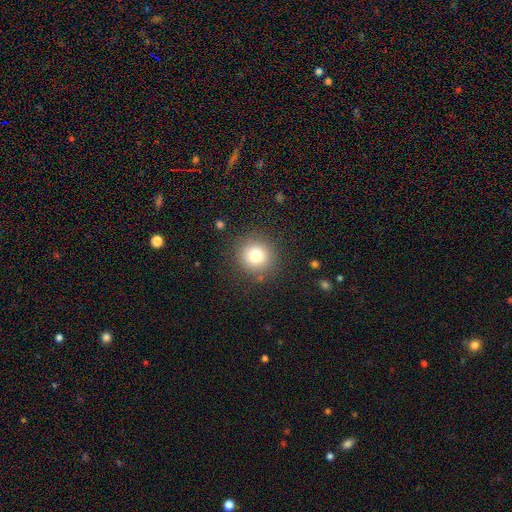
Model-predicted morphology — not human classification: smooth-or-featured: smooth: 77% | star or artifact: 13% | featured or disk: 10%
  how-rounded: round: 94% | in between: 5% | cigar-shaped: 1%
  merging: none: 87% | minor disturbance: 8% | major disturbance: 3% | merger: 2%